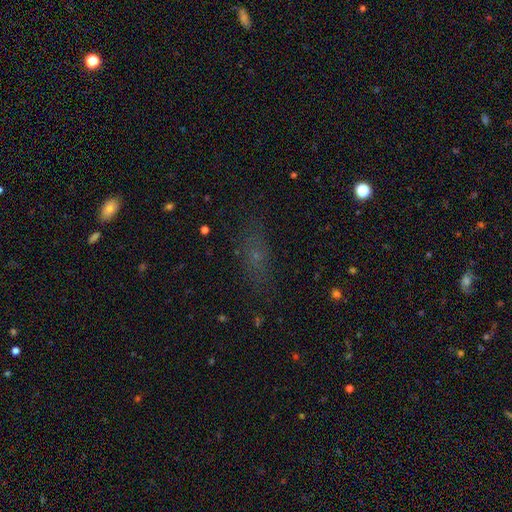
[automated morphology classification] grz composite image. It shows a smooth galaxy with no disk features (49%). Merging: none (75%).